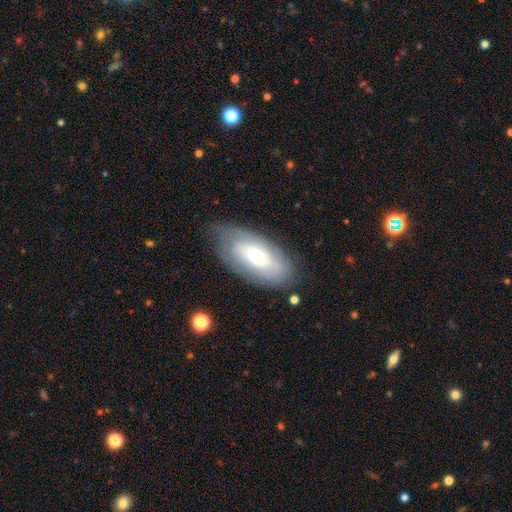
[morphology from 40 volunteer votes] Smooth or featured? smooth (45%, tied with featured or disk)
How rounded? in between (94%)
Merging? none (69%)